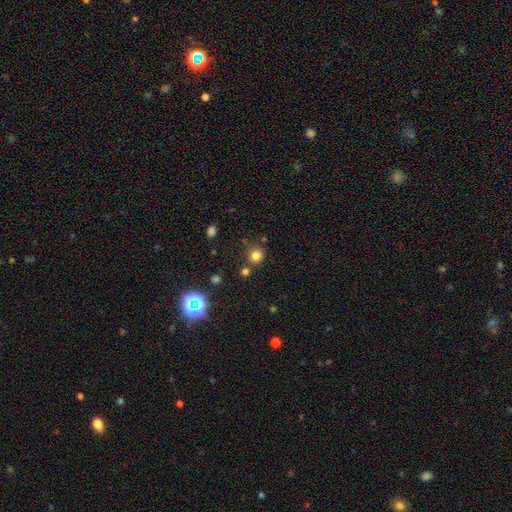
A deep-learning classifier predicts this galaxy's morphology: Smooth or featured? Predicted: smooth (p=0.78). How rounded? Predicted: round (p=0.90). Merging? Predicted: none (p=0.76).